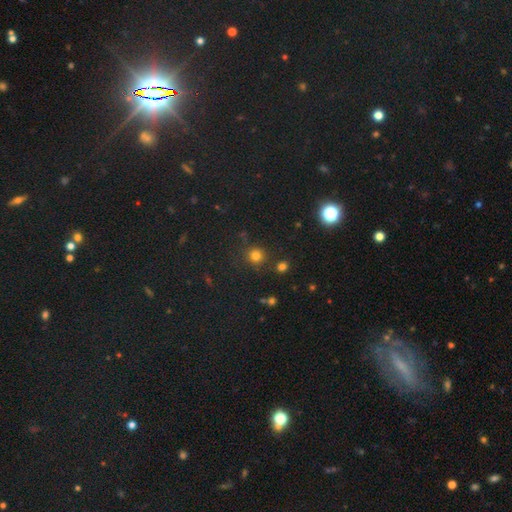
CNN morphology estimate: Smooth or featured: smooth — 76% (star or artifact — 18%)
How rounded: round — 92% (in between — 7%)
Merging: none — 83% (minor disturbance — 8%)